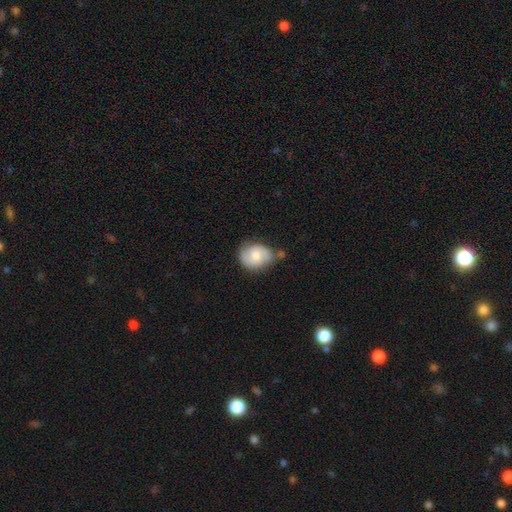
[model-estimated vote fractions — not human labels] Smooth or featured: featured or disk — 50% (smooth — 42%)
Edge-on disk: no — 97% (yes — 3%)
Merging: none — 56% (minor disturbance — 27%)